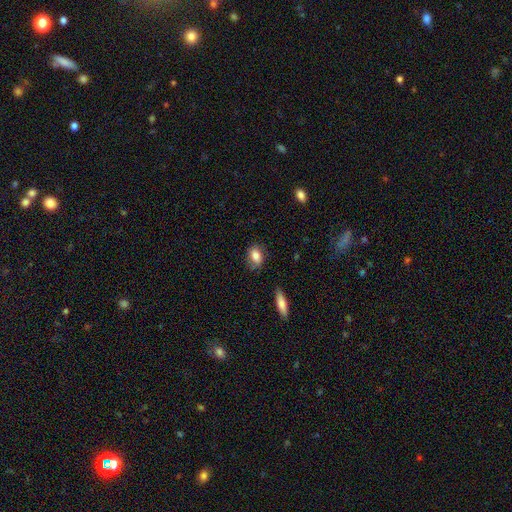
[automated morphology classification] Smooth or featured: smooth — 82% (featured or disk — 10%)
How rounded: in between — 75% (round — 22%)
Merging: none — 75% (minor disturbance — 19%)